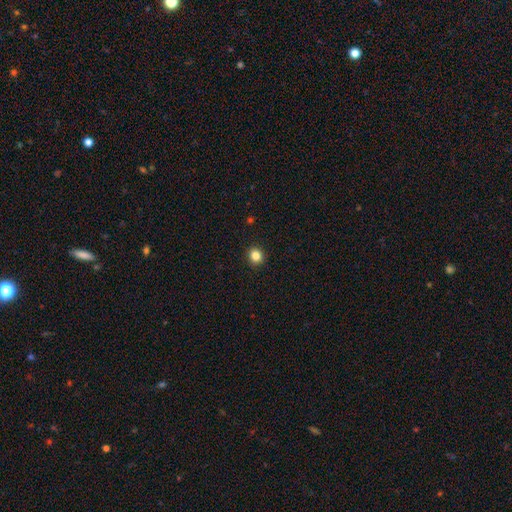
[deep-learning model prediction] Smooth or featured? Predicted: smooth (p=0.84). How rounded? Predicted: round (p=0.87). Merging? Predicted: none (p=0.93).